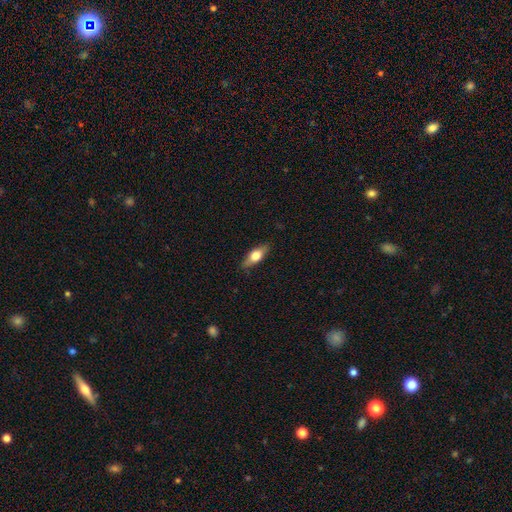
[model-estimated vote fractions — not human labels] Morphology: type=smooth (57%); roundness=in between (66%); merging=none (83%).